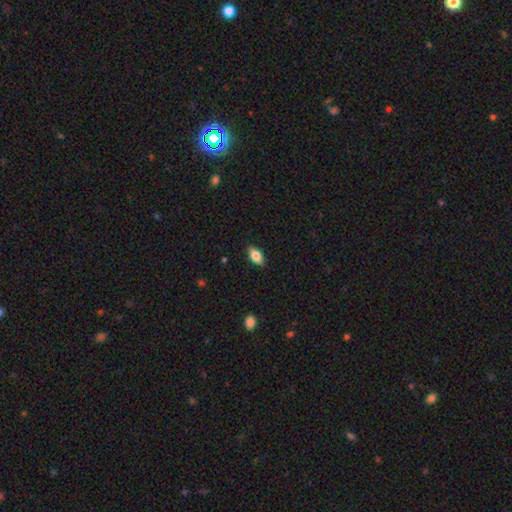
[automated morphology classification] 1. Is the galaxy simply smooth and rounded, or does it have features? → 69% smooth, 24% featured or disk, 8% star or artifact.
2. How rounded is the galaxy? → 85% in between, 9% cigar-shaped, 6% round.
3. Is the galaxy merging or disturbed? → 86% none, 10% minor disturbance, 2% major disturbance, 1% merger.